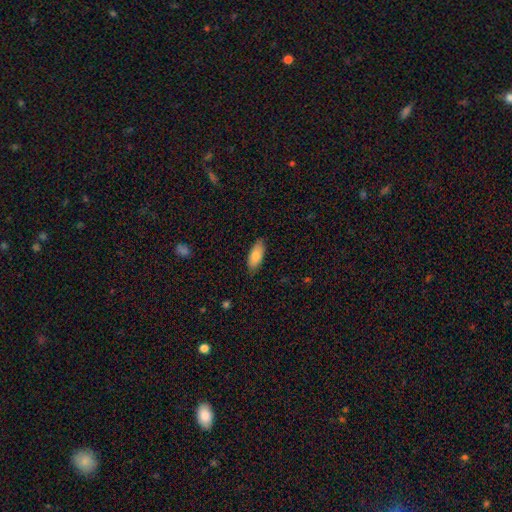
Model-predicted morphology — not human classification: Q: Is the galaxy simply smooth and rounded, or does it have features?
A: smooth — 81%.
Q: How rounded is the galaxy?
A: in between — 81%.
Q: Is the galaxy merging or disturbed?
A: none — 85%.